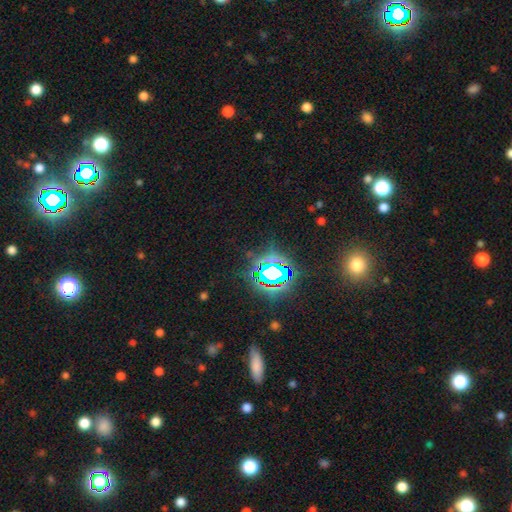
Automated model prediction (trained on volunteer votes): Smooth or featured? Predicted: star or artifact (p=0.72).